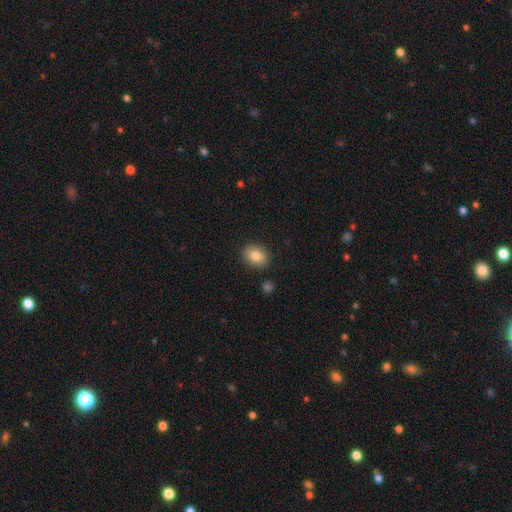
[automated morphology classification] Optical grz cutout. It shows a smooth galaxy with no disk features (83%) that is in between round and cigar-shaped (61%). Merging: none (88%).